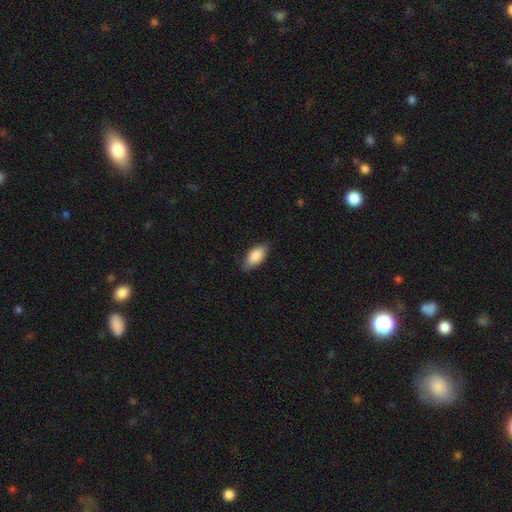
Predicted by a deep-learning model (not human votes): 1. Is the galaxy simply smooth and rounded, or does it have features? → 84% smooth, 10% featured or disk, 6% star or artifact.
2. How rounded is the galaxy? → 88% in between, 9% cigar-shaped, 3% round.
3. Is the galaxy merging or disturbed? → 81% none, 15% minor disturbance, 2% major disturbance, 1% merger.